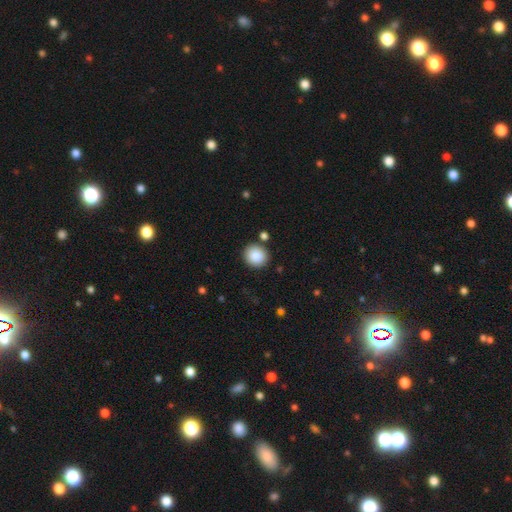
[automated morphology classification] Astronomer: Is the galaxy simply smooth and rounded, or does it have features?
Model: smooth — 88%.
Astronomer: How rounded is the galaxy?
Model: round — 89%.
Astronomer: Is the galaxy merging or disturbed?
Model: none — 87%.